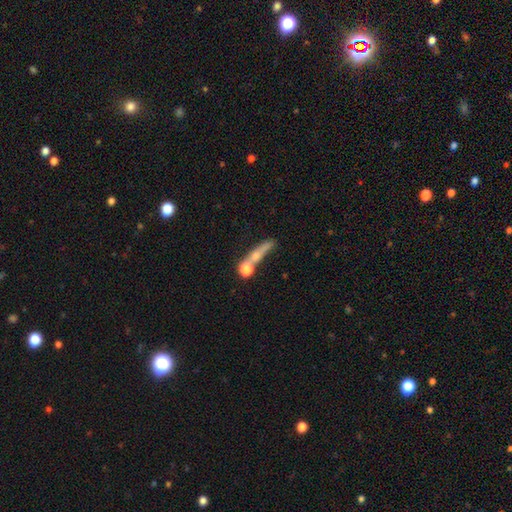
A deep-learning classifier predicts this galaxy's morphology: smooth_or_featured: smooth (p=0.51) [alt: featured or disk p=0.35]
how_rounded: cigar-shaped (p=0.56) [alt: round p=0.24]
merging: none (p=0.40) [alt: merger p=0.34]